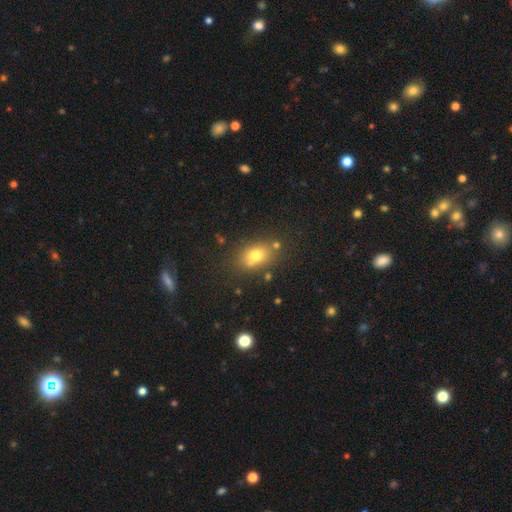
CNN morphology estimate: This is likely a smooth galaxy (74%). How rounded: likely in between (70%). Merging: likely none (69%).